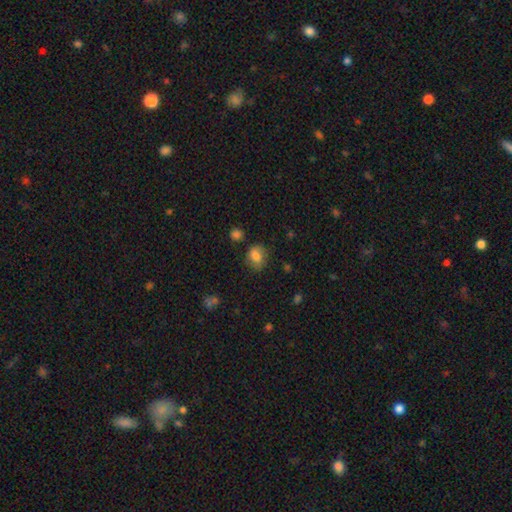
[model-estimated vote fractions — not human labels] Smooth or featured? Predicted: smooth (p=0.75). How rounded? Predicted: in between (p=0.58). Merging? Predicted: none (p=0.67).